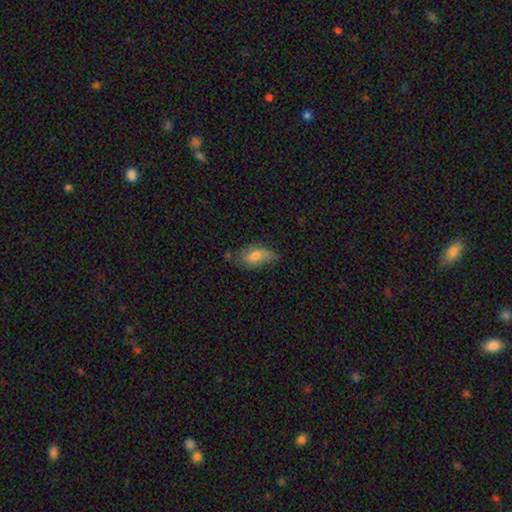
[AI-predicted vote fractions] This appears to be a smooth galaxy with no disk features (67%) that is in between round and cigar-shaped (86%). Merging: none (57%).